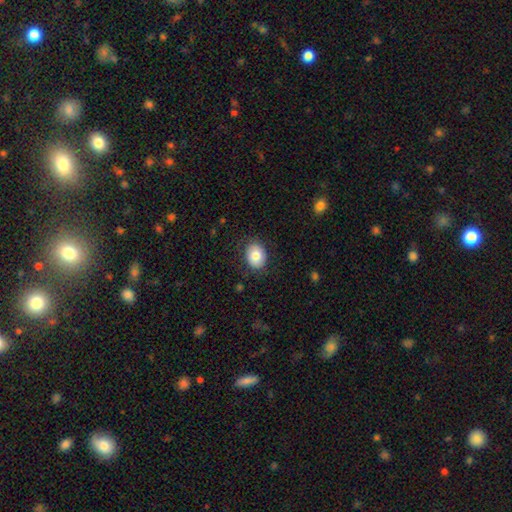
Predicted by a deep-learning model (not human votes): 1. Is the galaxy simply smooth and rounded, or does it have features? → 80% smooth, 12% featured or disk, 8% star or artifact.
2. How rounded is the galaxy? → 55% in between, 44% round, 1% cigar-shaped.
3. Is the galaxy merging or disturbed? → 83% none, 12% minor disturbance, 4% major disturbance, 1% merger.